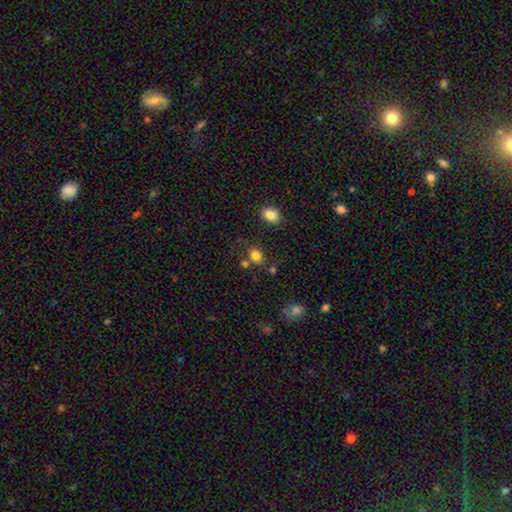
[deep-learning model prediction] Overall: smooth (82%). How rounded: round (61%; in between 38%). Merging: none (70%).